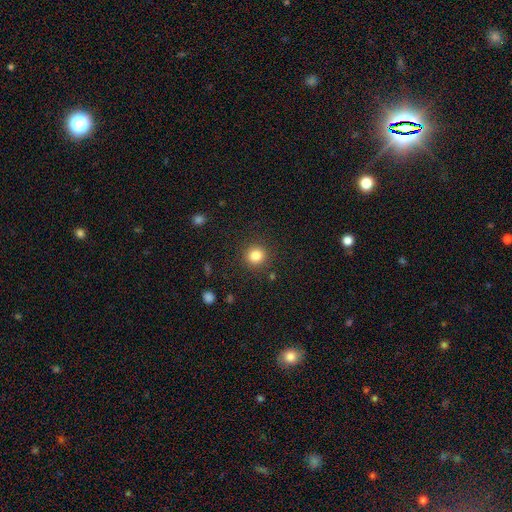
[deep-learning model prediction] Smooth or featured?
  - smooth: 83% *
  - star or artifact: 12%
  - featured or disk: 5%
How rounded?
  - round: 91% *
  - in between: 8%
  - cigar-shaped: 1%
Merging?
  - none: 89% *
  - minor disturbance: 7%
  - major disturbance: 3%
  - merger: 1%